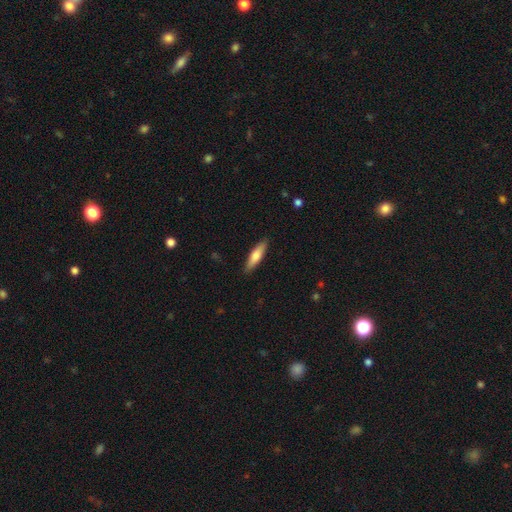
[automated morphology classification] Smooth or featured? Predicted: smooth (p=0.68). How rounded? Predicted: cigar-shaped (p=0.67). Merging? Predicted: none (p=0.88).